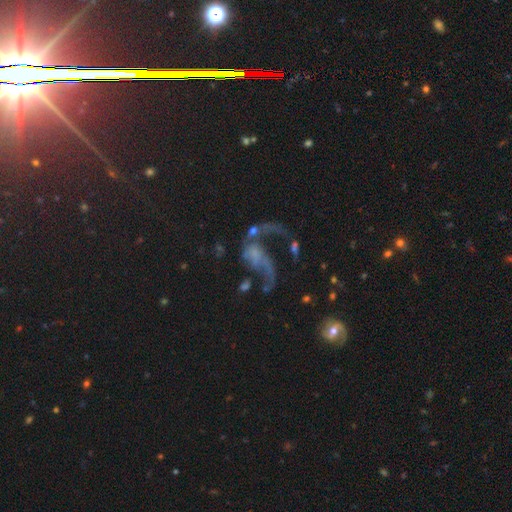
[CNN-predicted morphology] Smooth or featured?
  - featured or disk: 68% *
  - smooth: 17%
  - star or artifact: 14%
Edge-on disk?
  - no: 97% *
  - yes: 3%
Bar?
  - no: 68% *
  - weak: 24%
  - strong: 7%
Spiral arms?
  - yes: 72% *
  - no: 28%
Bulge size?
  - none: 53% *
  - small: 27%
  - moderate: 13%
  - large: 4%
  - dominant: 2%
Merging?
  - major disturbance: 42% *
  - none: 24%
  - merger: 22%
  - minor disturbance: 12%